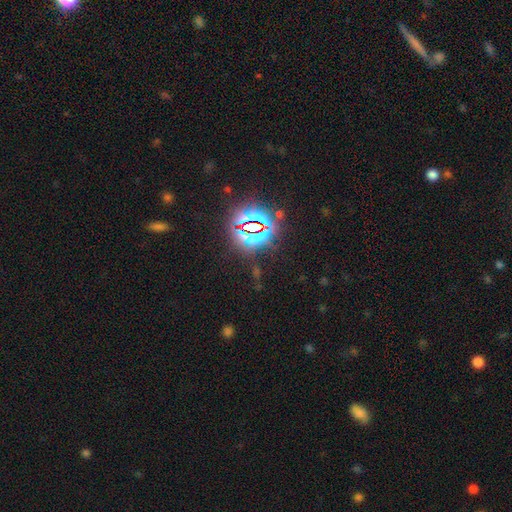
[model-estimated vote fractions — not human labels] smooth-or-featured: star or artifact: 82% | smooth: 11% | featured or disk: 7%